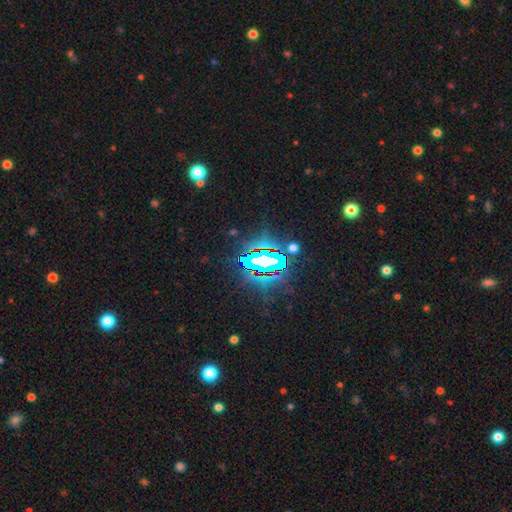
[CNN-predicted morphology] This is clearly a star or artifact rather than a galaxy (85%).